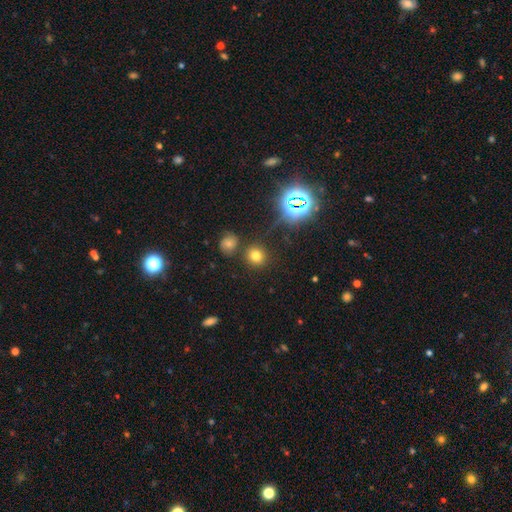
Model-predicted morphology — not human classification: smooth_or_featured: smooth (p=0.70) [alt: star or artifact p=0.22]
how_rounded: round (p=0.88) [alt: in between p=0.11]
merging: none (p=0.83) [alt: minor disturbance p=0.07]